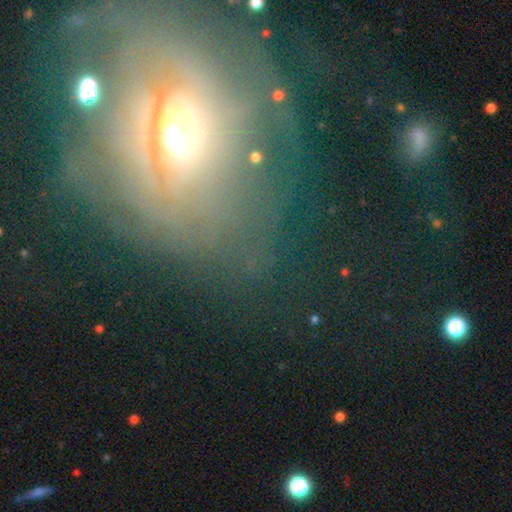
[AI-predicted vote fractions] This appears to be a featured or disk galaxy (57%) with no bar (72%), spiral arms (51%) and a moderate central bulge (63%). Merging: none (61%).